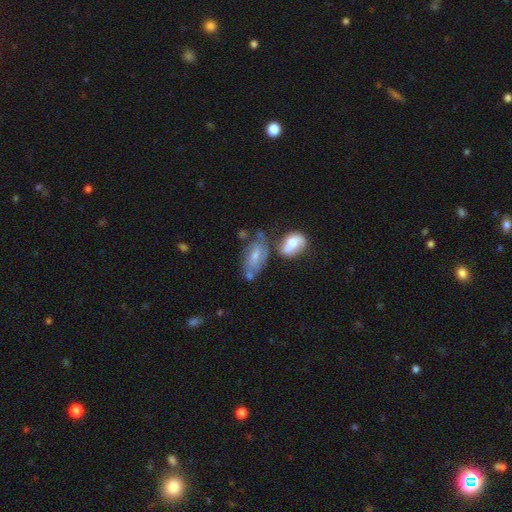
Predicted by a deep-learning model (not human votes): smooth_or_featured: featured or disk (p=0.46) [alt: smooth p=0.45]
merging: none (p=0.39) [alt: merger p=0.24]